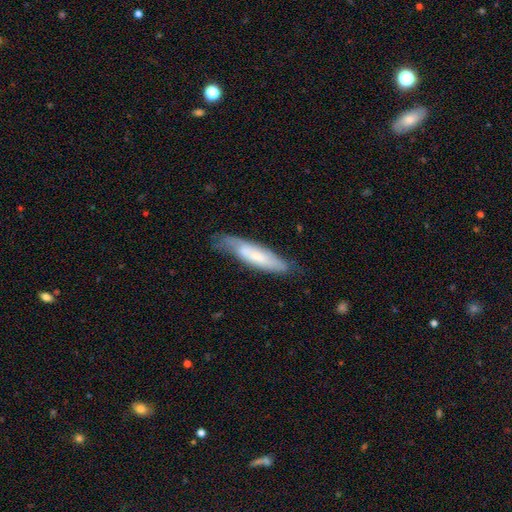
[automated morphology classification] Smooth or featured: smooth — 55% (featured or disk — 39%)
How rounded: cigar-shaped — 73% (in between — 26%)
Merging: none — 60% (minor disturbance — 29%)